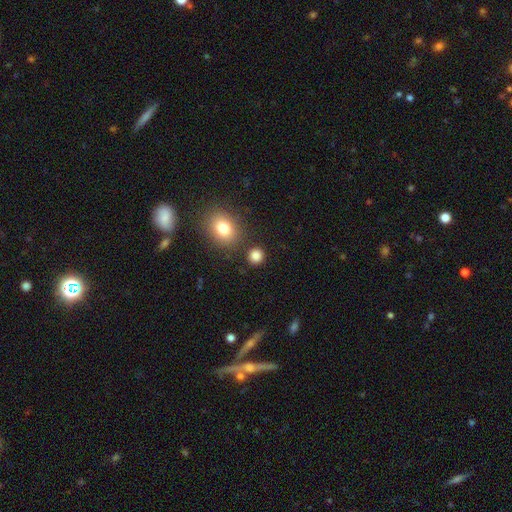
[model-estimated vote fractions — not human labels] smooth_or_featured: smooth (p=0.84) [alt: star or artifact p=0.11]
how_rounded: round (p=0.87) [alt: in between p=0.12]
merging: none (p=0.86) [alt: minor disturbance p=0.07]